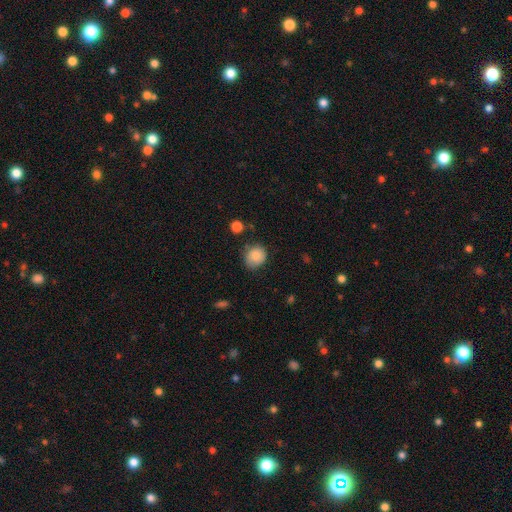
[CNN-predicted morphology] This is clearly a smooth galaxy (83%). How rounded: likely round (71%). Merging: likely none (70%).